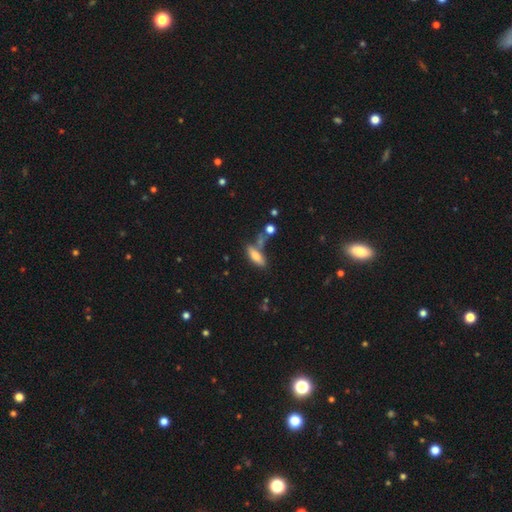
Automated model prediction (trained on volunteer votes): Overall: smooth (74%). How rounded: in between (53%; cigar-shaped 44%). Merging: none (54%; merger 21%).